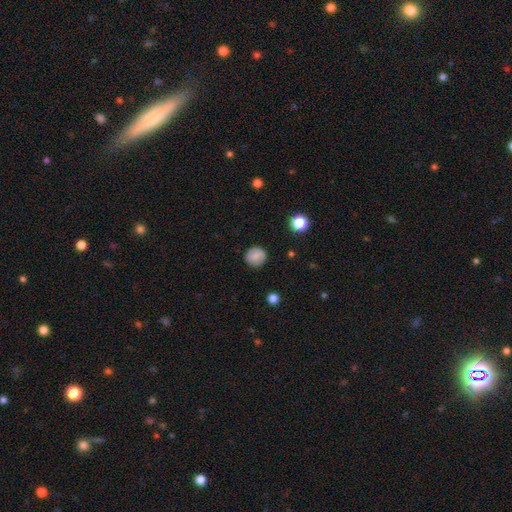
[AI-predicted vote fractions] Q: Smooth or featured?
A: smooth (84%); runner-up: star or artifact (9%)
Q: How rounded?
A: round (92%); runner-up: in between (7%)
Q: Merging?
A: none (87%); runner-up: minor disturbance (9%)